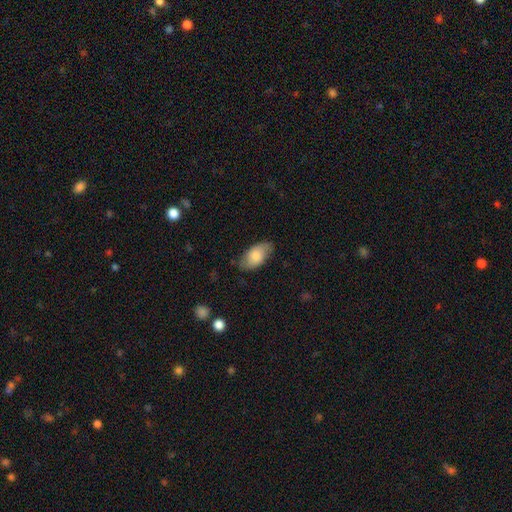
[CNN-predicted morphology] Smooth or featured? Predicted: smooth (p=0.77). How rounded? Predicted: in between (p=0.94). Merging? Predicted: none (p=0.76).